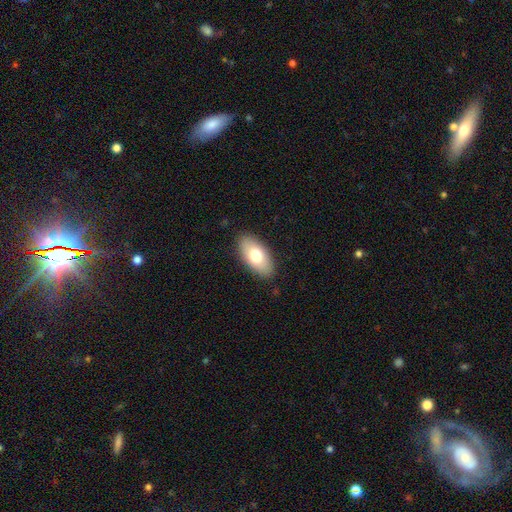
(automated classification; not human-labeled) The model was most divided on "smooth or featured": smooth: 72%, featured or disk: 21%, star or artifact: 6%. More confident: how rounded — in between (93%); merging — none (87%).